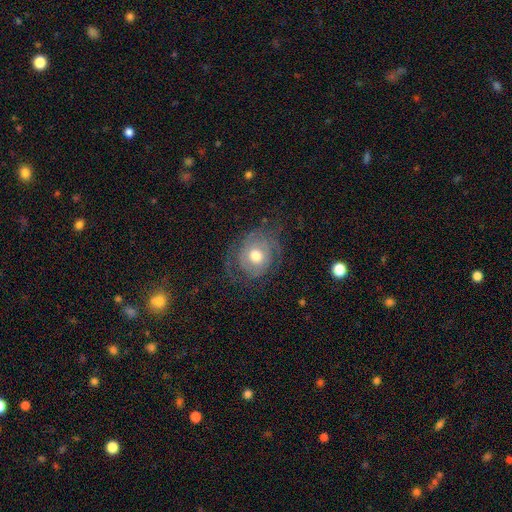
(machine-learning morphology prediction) Smooth or featured? featured or disk (64%)
Edge-on disk? no (96%)
Bar? no (78%)
Spiral arms? yes (77%)
Bulge size? moderate (73%)
Merging? none (63%)